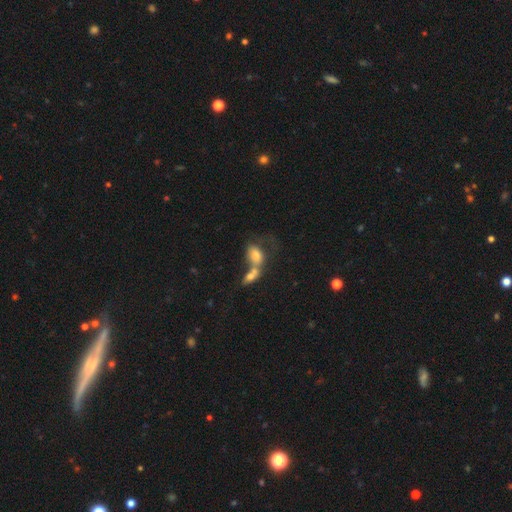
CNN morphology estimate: Overall: smooth (50%; featured or disk 33%). Merging: merger (68%).